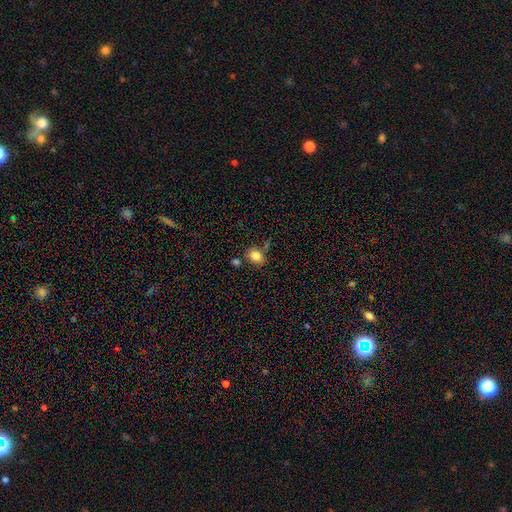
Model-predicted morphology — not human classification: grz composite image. It shows a smooth galaxy with no disk features (83%) that is in between round and cigar-shaped (57%). Merging: none (70%).